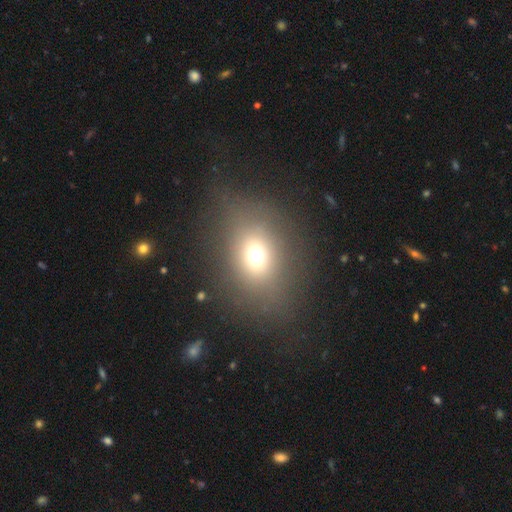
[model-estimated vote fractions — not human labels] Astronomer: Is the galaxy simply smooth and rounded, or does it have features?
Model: smooth — 65%.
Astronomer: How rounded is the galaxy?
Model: in between — 51% (runner-up: round, 47%).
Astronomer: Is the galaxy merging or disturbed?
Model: none — 76%.